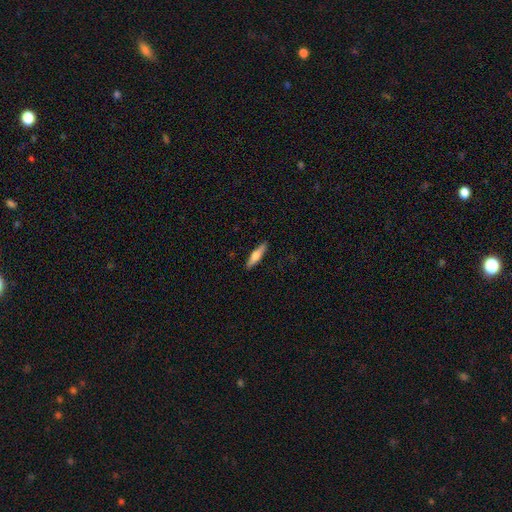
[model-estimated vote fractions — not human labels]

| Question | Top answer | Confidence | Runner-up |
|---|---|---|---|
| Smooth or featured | smooth | 51% | featured or disk (43%) |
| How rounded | cigar-shaped | 81% | in between (17%) |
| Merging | none | 90% | minor disturbance (7%) |